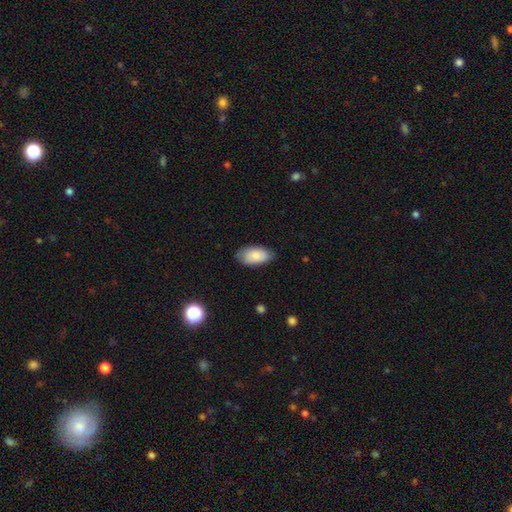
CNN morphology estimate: This appears to be a smooth galaxy with no disk features (82%) that is in between round and cigar-shaped (95%). Merging: none (76%).